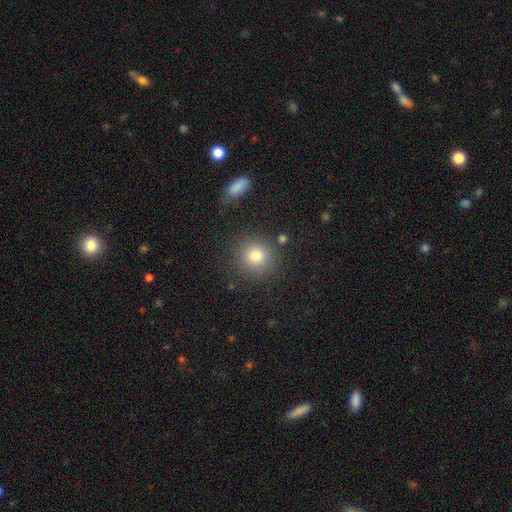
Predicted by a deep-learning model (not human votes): smooth-or-featured: smooth: 81% | star or artifact: 11% | featured or disk: 8%
  how-rounded: round: 90% | in between: 9% | cigar-shaped: 1%
  merging: none: 84% | minor disturbance: 9% | merger: 4% | major disturbance: 3%